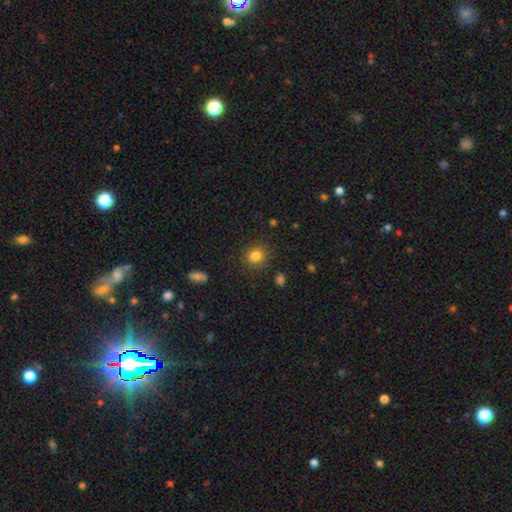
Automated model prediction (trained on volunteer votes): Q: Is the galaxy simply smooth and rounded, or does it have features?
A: smooth — 82%.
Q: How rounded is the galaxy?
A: round — 83%.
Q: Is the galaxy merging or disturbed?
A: none — 85%.